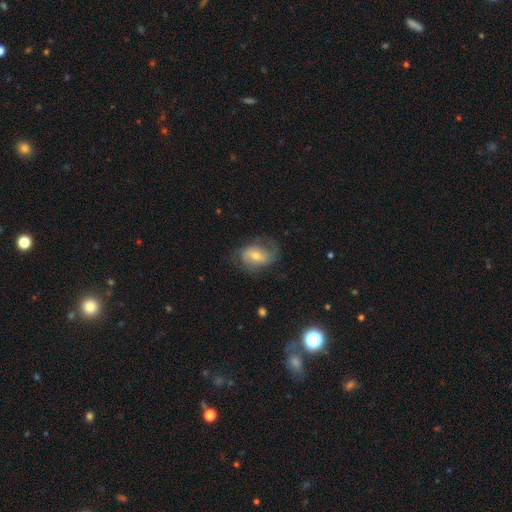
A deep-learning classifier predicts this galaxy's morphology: A featured or disk galaxy (58%) with a weak bar (44%), spiral arms (81%) and a moderate central bulge (58%).

Vote fractions:
- Smooth or featured? featured or disk: 58% / smooth: 34% / star or artifact: 8%
- Edge-on disk? no: 96% / yes: 4%
- Bar? weak: 44% / no: 40% / strong: 16%
- Spiral arms? yes: 81% / no: 19%
- Bulge size? moderate: 58% / small: 35% / large: 4% / none: 2% / dominant: 1%
- Merging? none: 57% / minor disturbance: 25% / major disturbance: 17% / merger: 1%